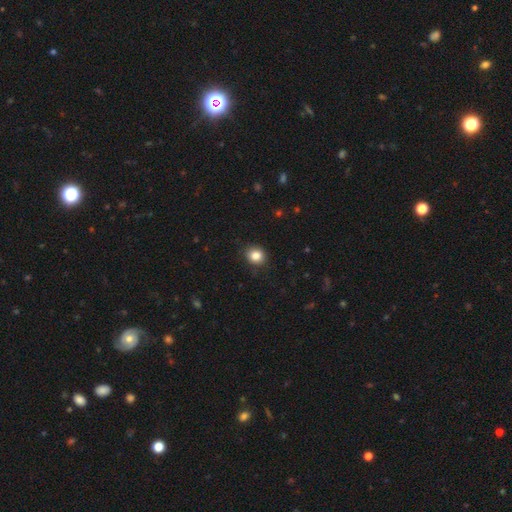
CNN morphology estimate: The model was most divided on "how rounded": round: 74%, in between: 25%, cigar-shaped: 1%. More confident: merging — none (87%); smooth or featured — smooth (85%).